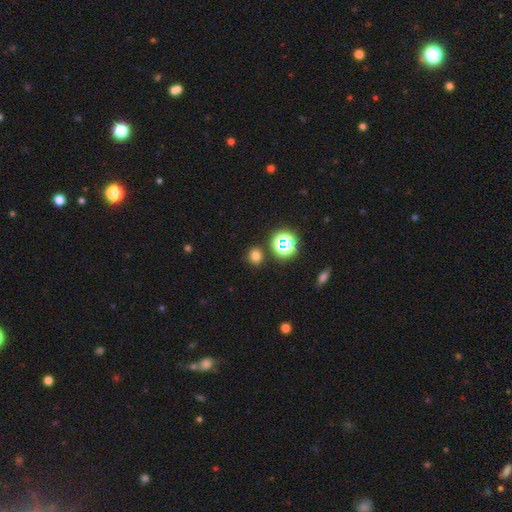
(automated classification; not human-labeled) smooth-or-featured: smooth: 71% | star or artifact: 24% | featured or disk: 6%
  how-rounded: round: 81% | in between: 18% | cigar-shaped: 1%
  merging: none: 85% | minor disturbance: 8% | merger: 4% | major disturbance: 3%